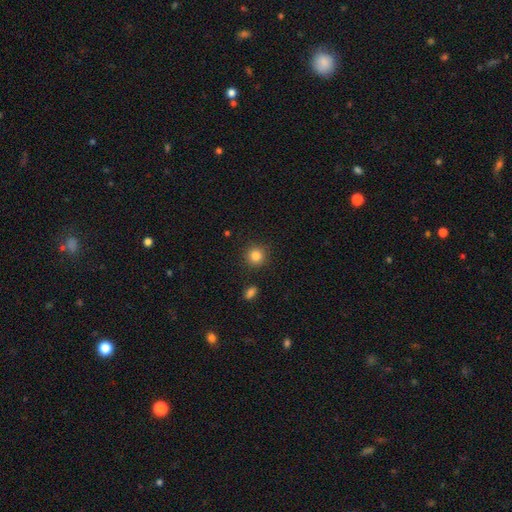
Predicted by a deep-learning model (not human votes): smooth-or-featured: smooth: 84% | star or artifact: 11% | featured or disk: 5%
  how-rounded: round: 92% | in between: 7% | cigar-shaped: 1%
  merging: none: 89% | minor disturbance: 6% | major disturbance: 2% | merger: 2%